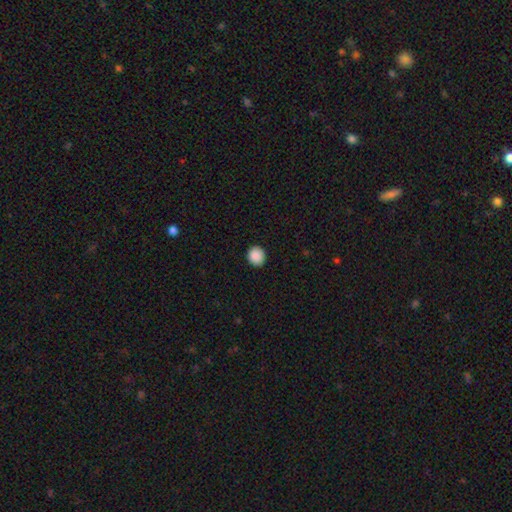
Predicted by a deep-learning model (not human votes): Q: Smooth or featured?
A: smooth (89%); runner-up: star or artifact (8%)
Q: How rounded?
A: round (86%); runner-up: in between (14%)
Q: Merging?
A: none (91%); runner-up: minor disturbance (6%)